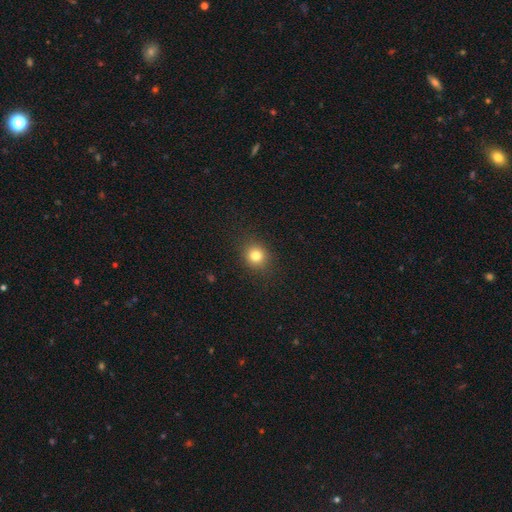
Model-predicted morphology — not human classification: Smooth or featured? smooth (80%)
How rounded? round (81%)
Merging? none (89%)